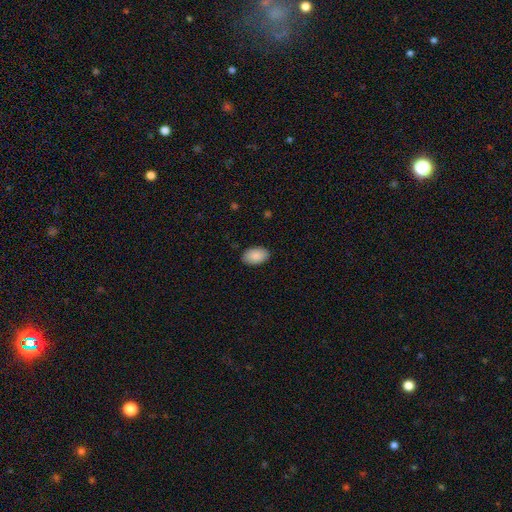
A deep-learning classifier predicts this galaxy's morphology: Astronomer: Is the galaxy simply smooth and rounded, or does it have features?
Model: smooth — 90%.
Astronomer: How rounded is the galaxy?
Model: in between — 93%.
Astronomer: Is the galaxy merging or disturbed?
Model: none — 88%.